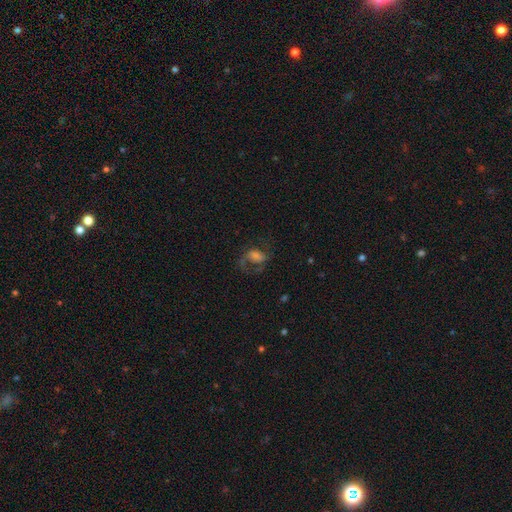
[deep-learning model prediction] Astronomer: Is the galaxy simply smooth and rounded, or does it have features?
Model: featured or disk — 64%.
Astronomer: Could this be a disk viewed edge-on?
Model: no — 97%.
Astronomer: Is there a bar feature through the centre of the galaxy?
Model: no — 45% (runner-up: weak, 40%).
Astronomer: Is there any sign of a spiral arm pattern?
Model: yes — 88%.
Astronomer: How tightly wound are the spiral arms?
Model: loose — 45%, tied with medium at 45%.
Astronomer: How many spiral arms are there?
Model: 2 — 68%.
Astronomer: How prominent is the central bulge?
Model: moderate — 27% (runner-up: small, 26%).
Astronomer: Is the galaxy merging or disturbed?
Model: none — 51% (runner-up: major disturbance, 31%).